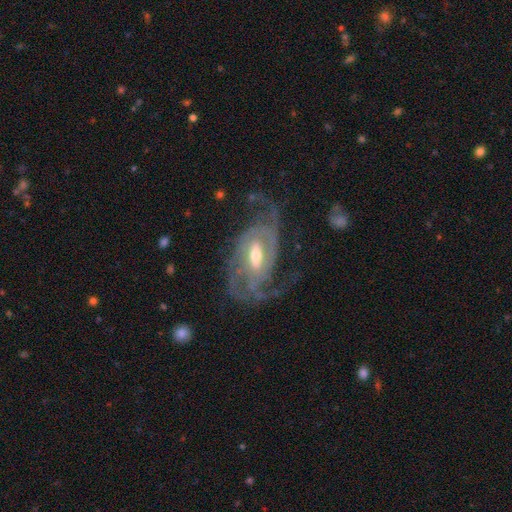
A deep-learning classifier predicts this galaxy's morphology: This is clearly a featured or disk galaxy (91%). It is clearly not viewed edge-on (96%). Bar: possibly weak (49%). Spiral arm pattern: clearly yes (97%). Spiral arm count: marginally 2 (41%). Spiral winding: possibly medium (45%). Central bulge: likely moderate (64%). Merging: likely none (62%).